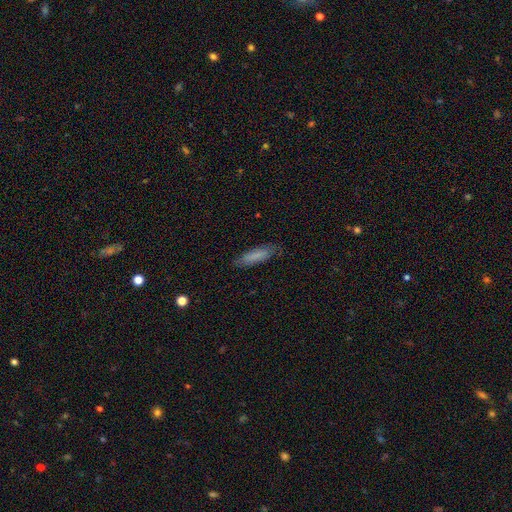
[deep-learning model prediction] Smooth or featured?
  - smooth: 77% *
  - featured or disk: 16%
  - star or artifact: 7%
How rounded?
  - cigar-shaped: 67% *
  - in between: 32%
  - round: 1%
Merging?
  - none: 82% *
  - minor disturbance: 14%
  - major disturbance: 3%
  - merger: 1%